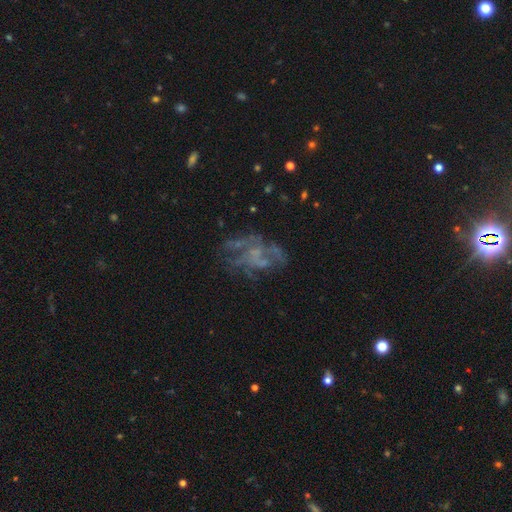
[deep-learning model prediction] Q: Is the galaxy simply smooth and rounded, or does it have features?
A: featured or disk — 64%.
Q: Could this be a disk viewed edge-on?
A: no — 97%.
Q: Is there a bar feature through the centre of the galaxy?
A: no — 86%.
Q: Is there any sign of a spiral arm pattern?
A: no — 71%.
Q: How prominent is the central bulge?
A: none — 71%.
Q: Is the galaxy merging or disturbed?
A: none — 49%.